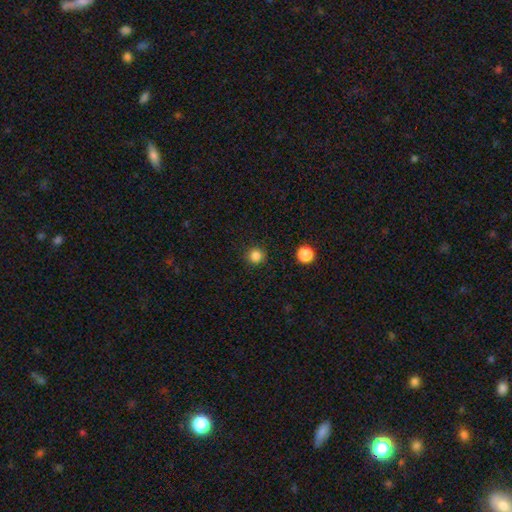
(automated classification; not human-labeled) This appears to be a smooth galaxy with no disk features (84%) that is round (95%). Merging: none (91%).